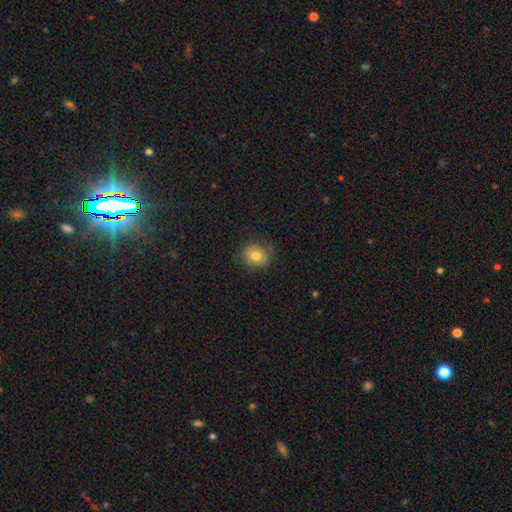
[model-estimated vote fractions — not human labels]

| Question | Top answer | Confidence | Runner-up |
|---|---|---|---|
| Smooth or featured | smooth | 79% | featured or disk (11%) |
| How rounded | round | 81% | in between (18%) |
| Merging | none | 80% | minor disturbance (15%) |